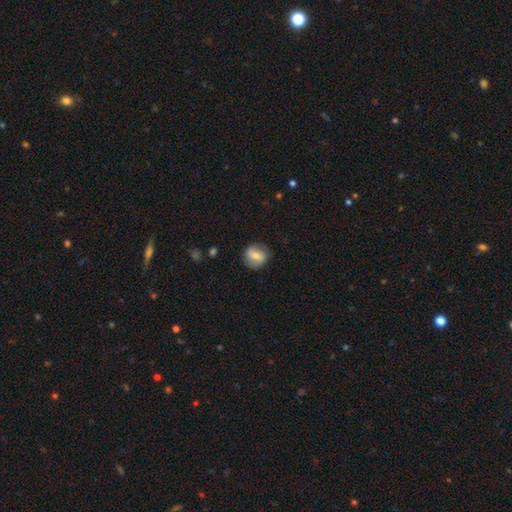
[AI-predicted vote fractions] Smooth or featured? Predicted: smooth (p=0.50). How rounded? Predicted: round (p=0.82). Merging? Predicted: none (p=0.81).